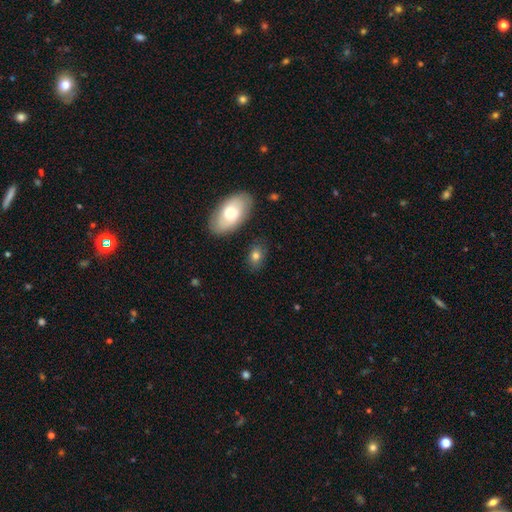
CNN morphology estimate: Smooth or featured?
  - smooth: 76% *
  - featured or disk: 14%
  - star or artifact: 9%
How rounded?
  - in between: 82% *
  - round: 15%
  - cigar-shaped: 3%
Merging?
  - none: 79% *
  - minor disturbance: 13%
  - merger: 5%
  - major disturbance: 4%